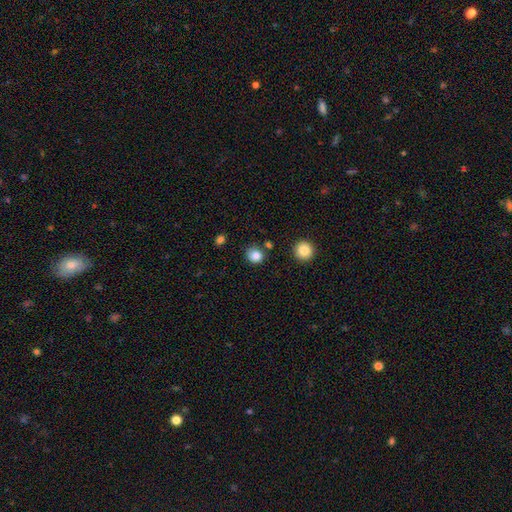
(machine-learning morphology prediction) This is clearly a smooth galaxy (84%). How rounded: clearly round (85%). Merging: clearly none (81%).